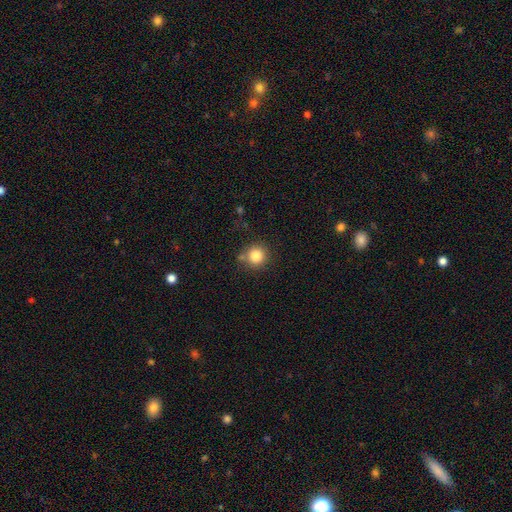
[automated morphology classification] A smooth galaxy with no disk features (84%) that is round (92%).

Vote fractions:
- Smooth or featured? smooth: 84% / star or artifact: 11% / featured or disk: 6%
- How rounded? round: 92% / in between: 7% / cigar-shaped: 1%
- Merging? none: 77% / minor disturbance: 12% / merger: 7% / major disturbance: 4%